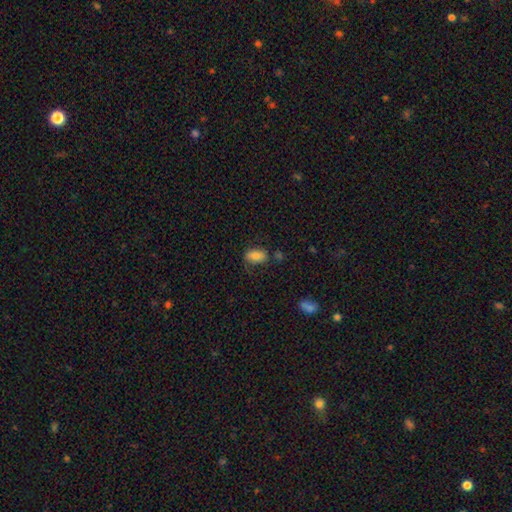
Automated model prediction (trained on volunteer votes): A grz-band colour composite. It shows a smooth galaxy with no disk features (81%) that is in between round and cigar-shaped (91%). Merging: none (68%).